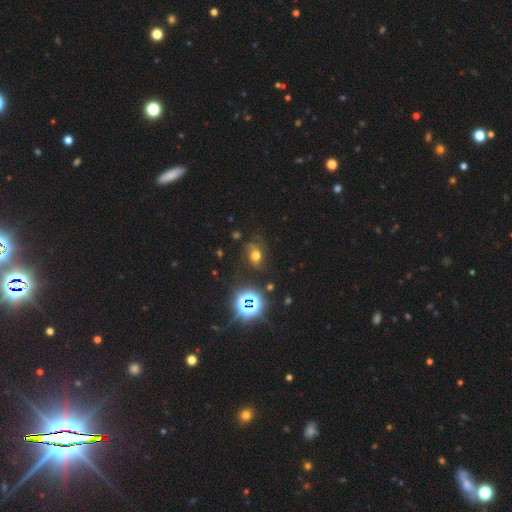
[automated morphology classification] Smooth or featured? Predicted: smooth (p=0.41). Merging? Predicted: none (p=0.57).